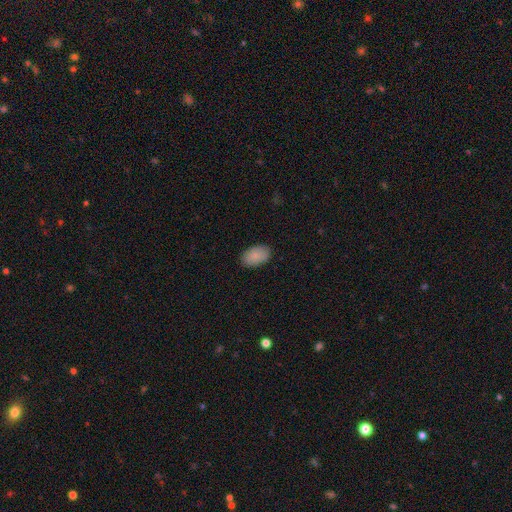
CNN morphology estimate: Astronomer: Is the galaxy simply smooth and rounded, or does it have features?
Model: smooth — 88%.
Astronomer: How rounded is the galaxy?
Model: in between — 93%.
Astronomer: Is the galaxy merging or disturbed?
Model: none — 88%.